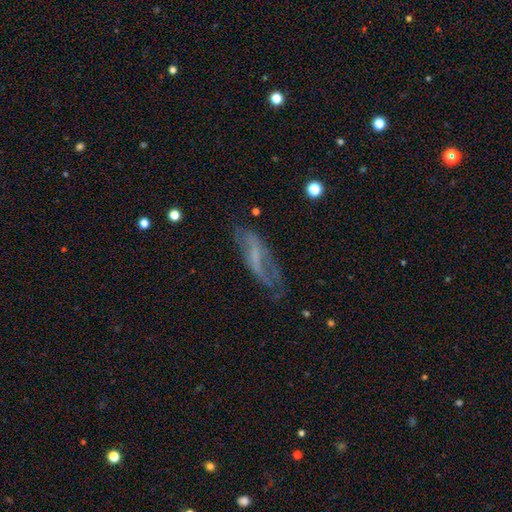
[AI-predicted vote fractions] Smooth or featured?
  - featured or disk: 59% *
  - smooth: 31%
  - star or artifact: 11%
Edge-on disk?
  - no: 77% *
  - yes: 23%
Merging?
  - none: 53% *
  - minor disturbance: 26%
  - major disturbance: 18%
  - merger: 3%